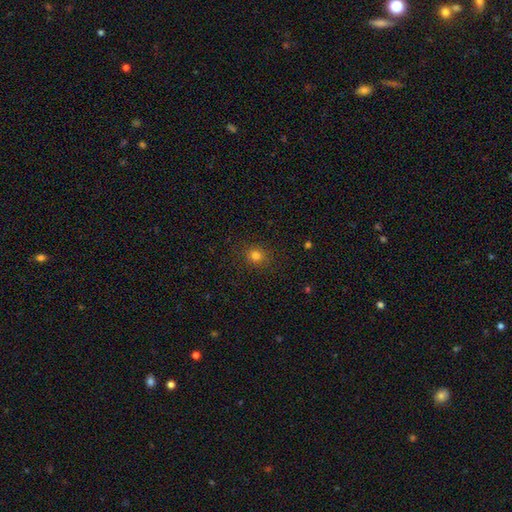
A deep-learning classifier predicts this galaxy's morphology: smooth-or-featured: smooth: 80% | star or artifact: 15% | featured or disk: 6%
  how-rounded: round: 83% | in between: 16% | cigar-shaped: 1%
  merging: none: 87% | minor disturbance: 8% | major disturbance: 3% | merger: 1%